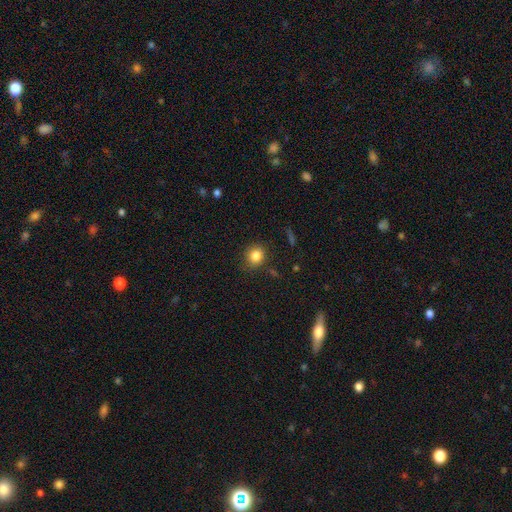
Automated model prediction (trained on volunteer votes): Smooth or featured?
  - smooth: 84% *
  - star or artifact: 11%
  - featured or disk: 6%
How rounded?
  - round: 79% *
  - in between: 20%
  - cigar-shaped: 1%
Merging?
  - none: 84% *
  - minor disturbance: 11%
  - major disturbance: 3%
  - merger: 2%